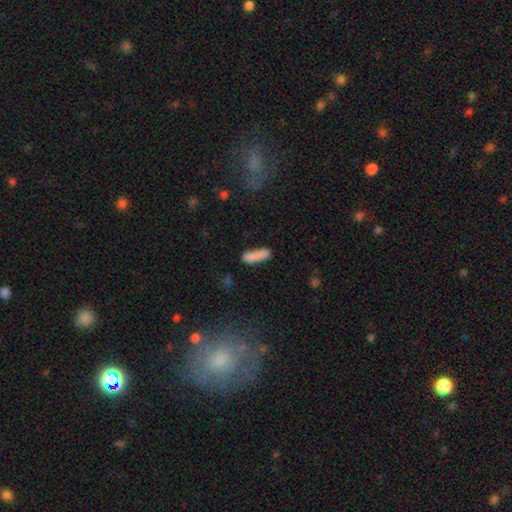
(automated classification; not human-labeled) Smooth or featured: smooth — 84% (featured or disk — 9%)
How rounded: cigar-shaped — 71% (in between — 27%)
Merging: none — 71% (minor disturbance — 18%)